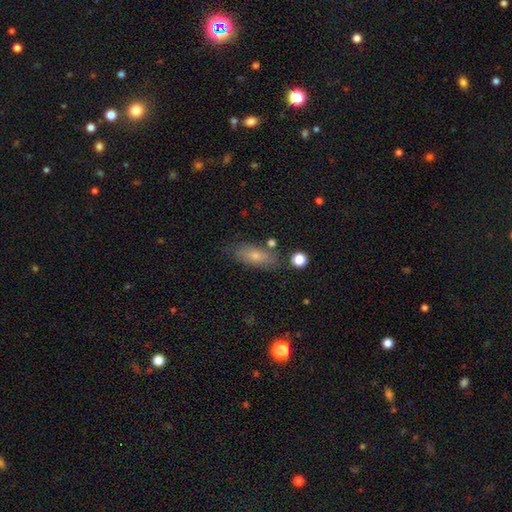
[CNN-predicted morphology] A smooth galaxy with no disk features (71%) that is in between round and cigar-shaped (77%). Merging: none (73%).